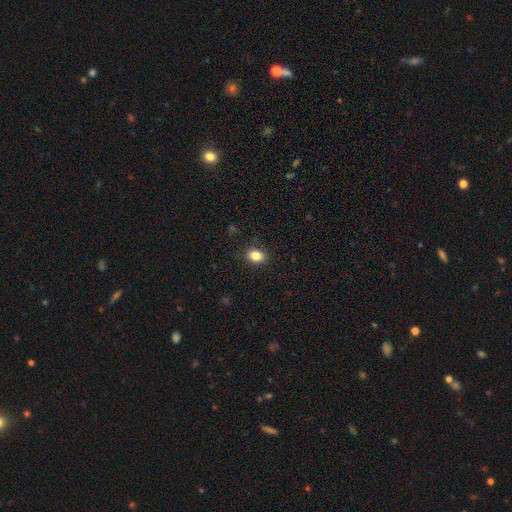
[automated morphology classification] Smooth or featured? smooth (84%)
How rounded? in between (60%)
Merging? none (87%)